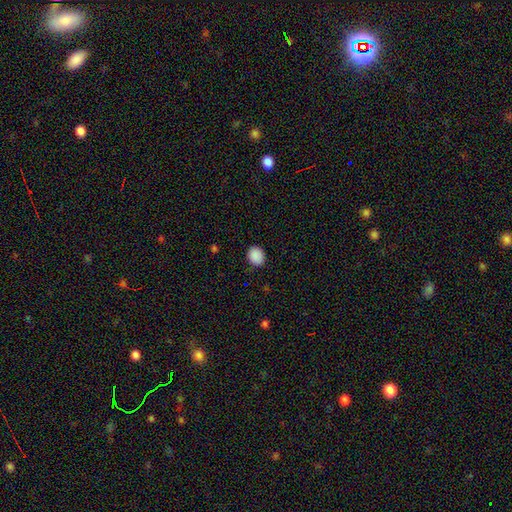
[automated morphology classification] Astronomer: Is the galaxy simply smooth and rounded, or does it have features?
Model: smooth — 89%.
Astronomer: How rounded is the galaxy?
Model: round — 61% (runner-up: in between, 38%).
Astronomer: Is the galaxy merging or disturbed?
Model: none — 87%.